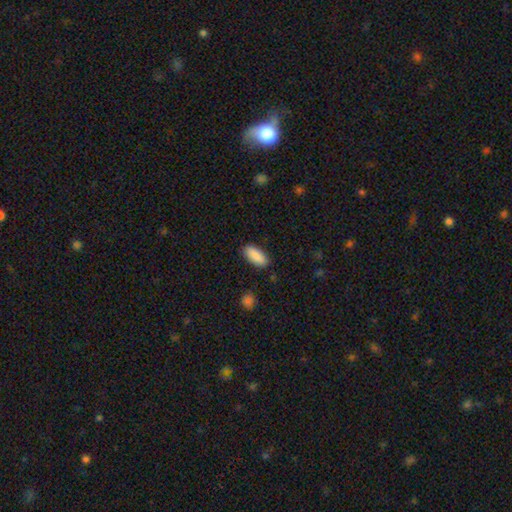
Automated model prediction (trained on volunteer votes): smooth 90%, star or artifact 6%, featured or disk 4%. Down the decision tree: how rounded — in between (82%); merging — none (87%).